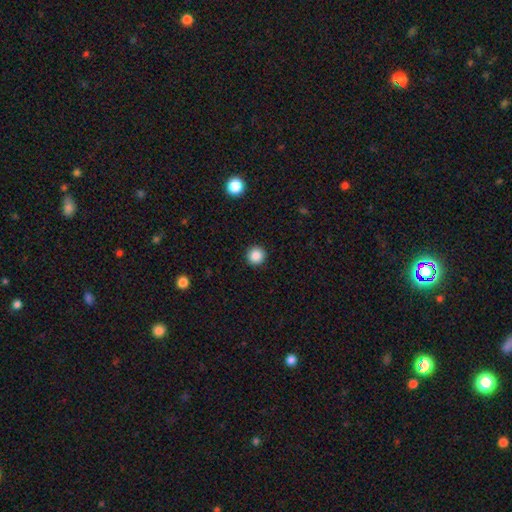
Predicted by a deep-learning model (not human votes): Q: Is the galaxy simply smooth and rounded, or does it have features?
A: smooth — 87%.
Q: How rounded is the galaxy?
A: round — 96%.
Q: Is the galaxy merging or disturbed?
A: none — 93%.